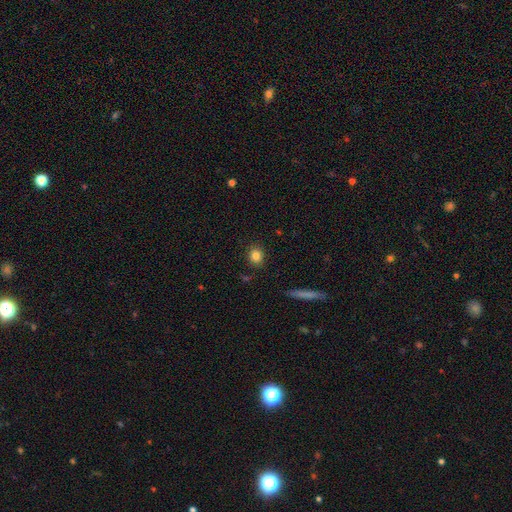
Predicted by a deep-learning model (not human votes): smooth 83%, star or artifact 10%, featured or disk 7%. Down the decision tree: how rounded — round (73%); merging — none (87%).